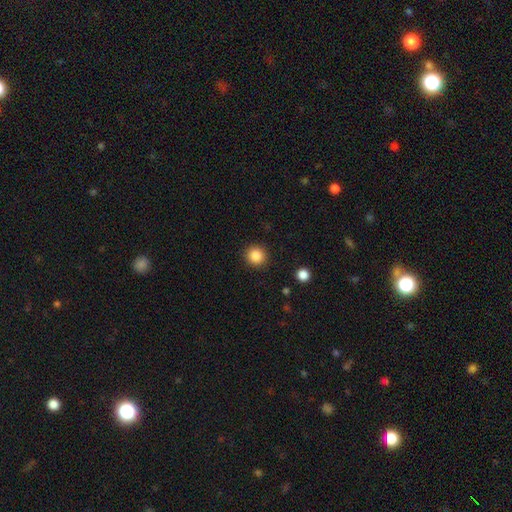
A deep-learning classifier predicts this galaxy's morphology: smooth-or-featured: smooth: 86% | star or artifact: 10% | featured or disk: 4%
  how-rounded: round: 92% | in between: 8% | cigar-shaped: 1%
  merging: none: 91% | minor disturbance: 6% | major disturbance: 2% | merger: 1%